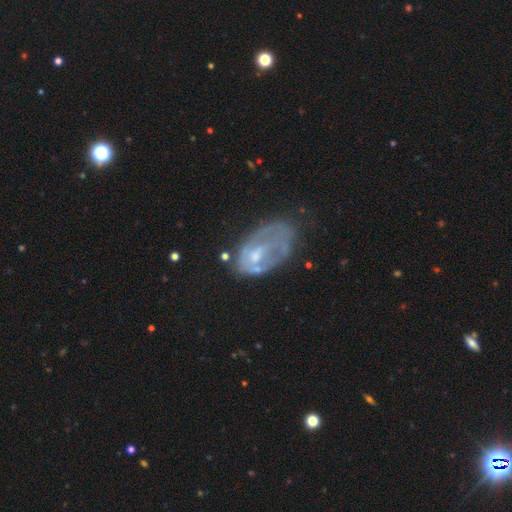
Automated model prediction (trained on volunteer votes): The model was most divided on "bulge size": moderate: 43%, small: 40%, none: 13%, large: 3%, dominant: 1%. Remaining: edge-on disk — no (95%); bar — no (64%); smooth or featured — featured or disk (62%); spiral arms — no (60%); merging — none (38%).